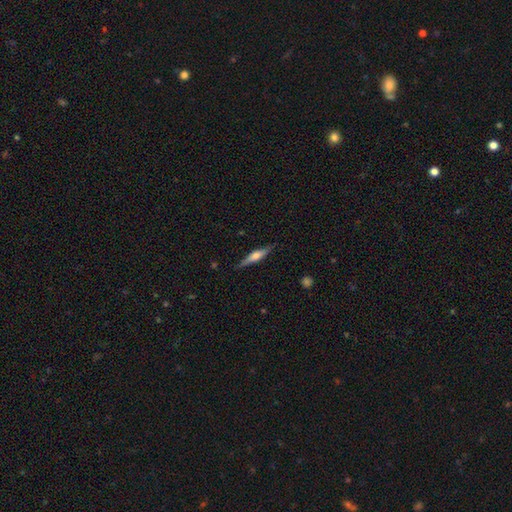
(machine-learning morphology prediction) Smooth or featured: featured or disk — 61% (smooth — 33%)
Edge-on disk: yes — 97% (no — 3%)
Edge-on bulge: rounded — 78% (boxy — 16%)
Merging: none — 87% (minor disturbance — 10%)